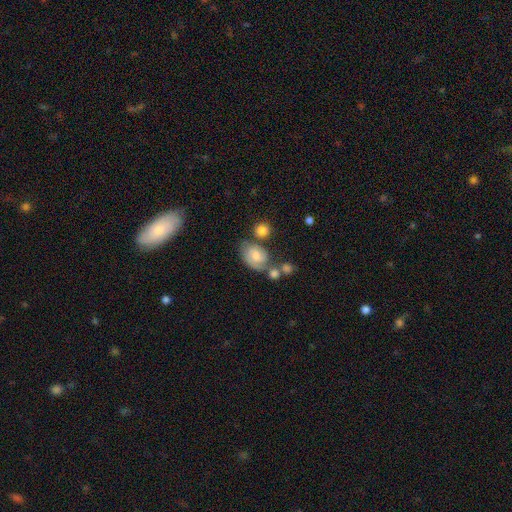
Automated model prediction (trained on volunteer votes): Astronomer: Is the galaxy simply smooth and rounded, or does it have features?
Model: smooth — 50% (runner-up: featured or disk, 41%).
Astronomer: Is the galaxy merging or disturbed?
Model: none — 41% (runner-up: merger, 23%).